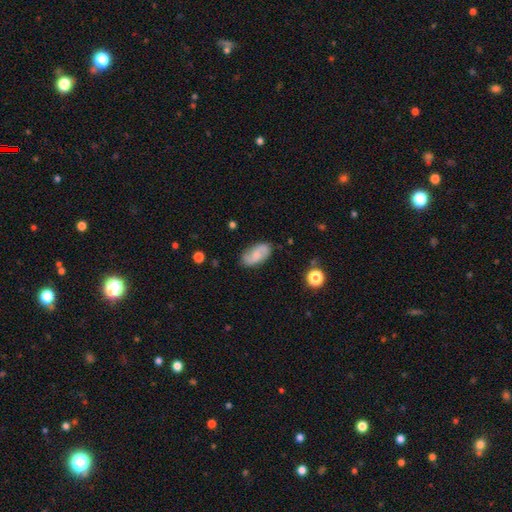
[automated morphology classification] The model was most divided on "smooth or featured": smooth: 55%, featured or disk: 38%, star or artifact: 8%. More confident: how rounded — in between (92%); merging — none (79%).